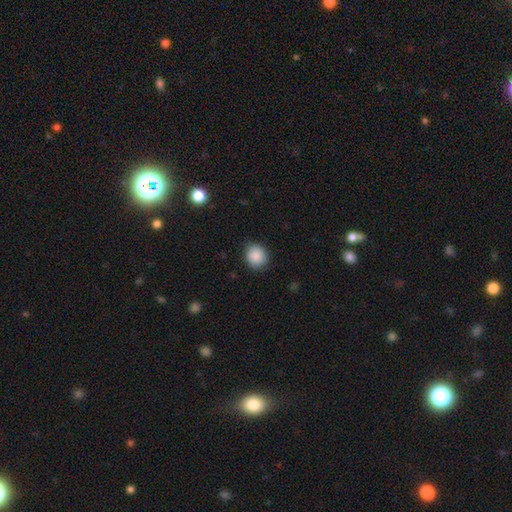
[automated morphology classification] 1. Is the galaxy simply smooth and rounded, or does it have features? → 88% smooth, 8% star or artifact, 4% featured or disk.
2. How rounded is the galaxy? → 80% round, 19% in between, 1% cigar-shaped.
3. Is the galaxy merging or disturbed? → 84% none, 12% minor disturbance, 3% major disturbance, 1% merger.